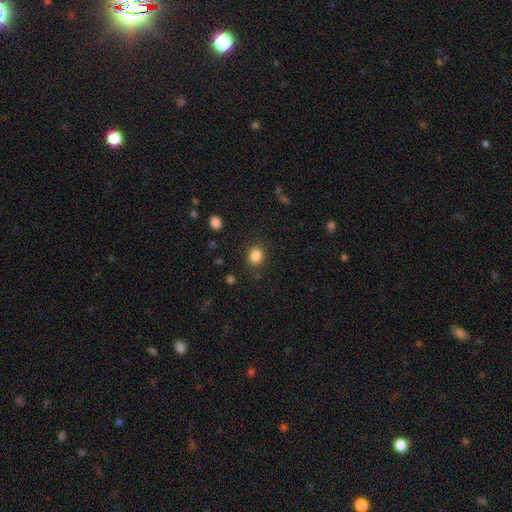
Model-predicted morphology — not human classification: Smooth or featured: smooth — 85% (star or artifact — 11%)
How rounded: round — 75% (in between — 25%)
Merging: none — 86% (minor disturbance — 9%)